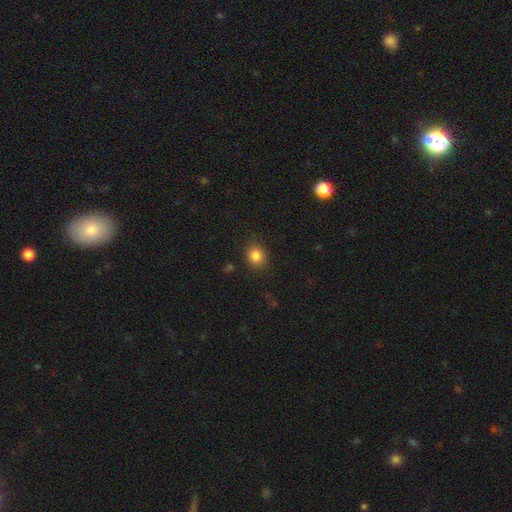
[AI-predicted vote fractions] Q: Smooth or featured?
A: smooth (84%); runner-up: star or artifact (11%)
Q: How rounded?
A: round (72%); runner-up: in between (27%)
Q: Merging?
A: none (86%); runner-up: minor disturbance (10%)